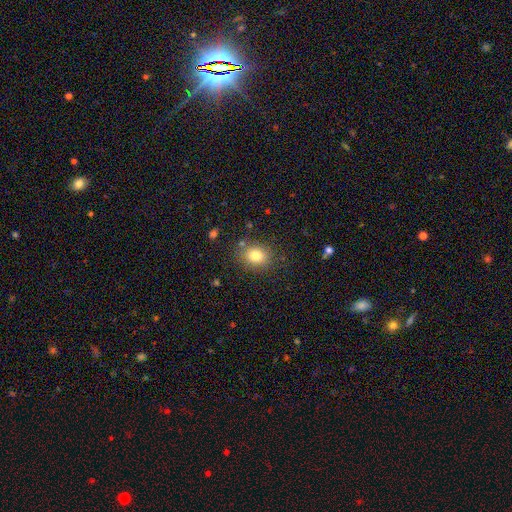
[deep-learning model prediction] smooth-or-featured: smooth: 80% | star or artifact: 12% | featured or disk: 8%
  how-rounded: round: 55% | in between: 44% | cigar-shaped: 1%
  merging: none: 83% | minor disturbance: 11% | major disturbance: 4% | merger: 3%